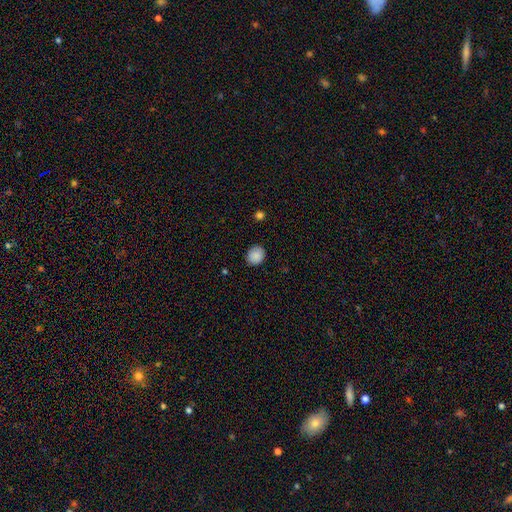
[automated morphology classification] A smooth galaxy with no disk features (88%) that is round (71%). Merging: none (87%).